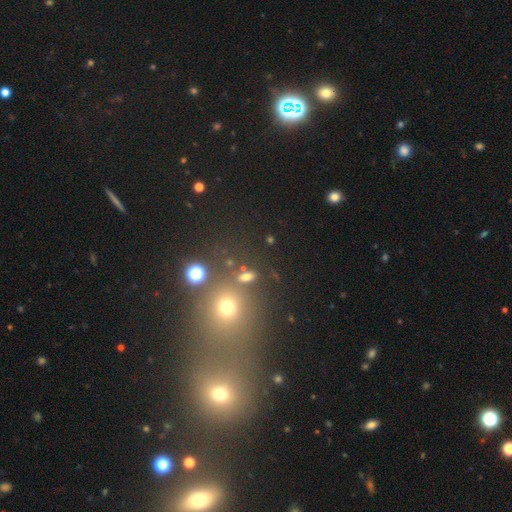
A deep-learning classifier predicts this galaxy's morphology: The model was most divided on "smooth or featured": star or artifact: 52%, smooth: 39%, featured or disk: 9%.